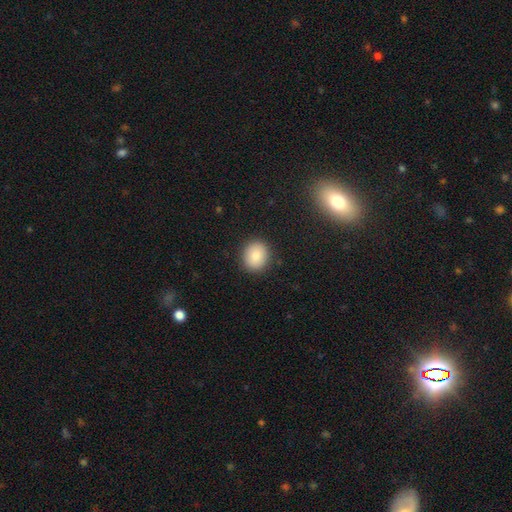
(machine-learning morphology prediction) This appears to be a smooth galaxy with no disk features (84%) that is round (75%). Merging: none (90%).